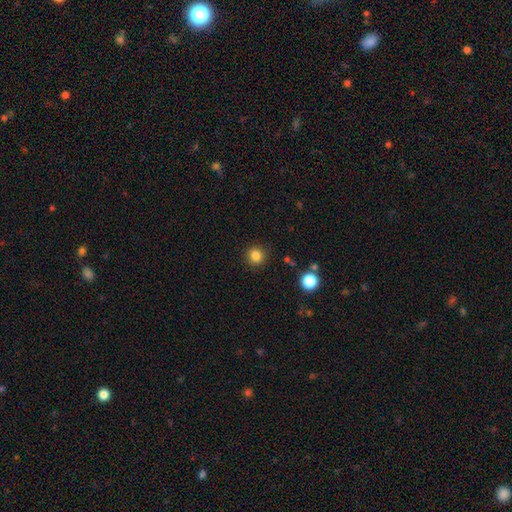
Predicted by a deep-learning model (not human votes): A smooth galaxy with no disk features (83%) that is round (92%).

Vote fractions:
- Smooth or featured? smooth: 83% / star or artifact: 12% / featured or disk: 5%
- How rounded? round: 92% / in between: 7% / cigar-shaped: 1%
- Merging? none: 90% / minor disturbance: 7% / major disturbance: 2% / merger: 1%